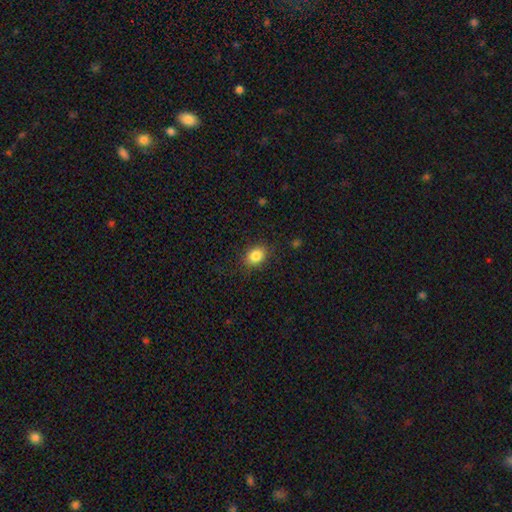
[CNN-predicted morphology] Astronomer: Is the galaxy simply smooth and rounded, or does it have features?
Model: smooth — 85%.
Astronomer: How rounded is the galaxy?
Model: in between — 62%.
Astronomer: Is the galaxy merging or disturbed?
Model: none — 85%.